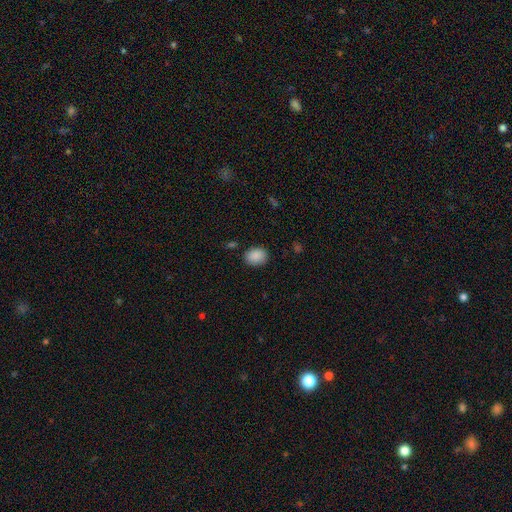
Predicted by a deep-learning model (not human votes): Q: Smooth or featured?
A: smooth (89%); runner-up: star or artifact (8%)
Q: How rounded?
A: in between (61%); runner-up: round (38%)
Q: Merging?
A: none (85%); runner-up: minor disturbance (11%)